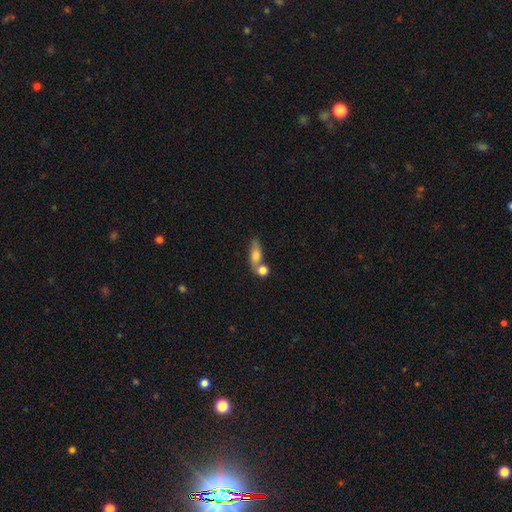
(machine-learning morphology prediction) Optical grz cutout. It shows a smooth galaxy with no disk features (67%) that is in between round and cigar-shaped (60%). Merging: none (41%, tied with merger).